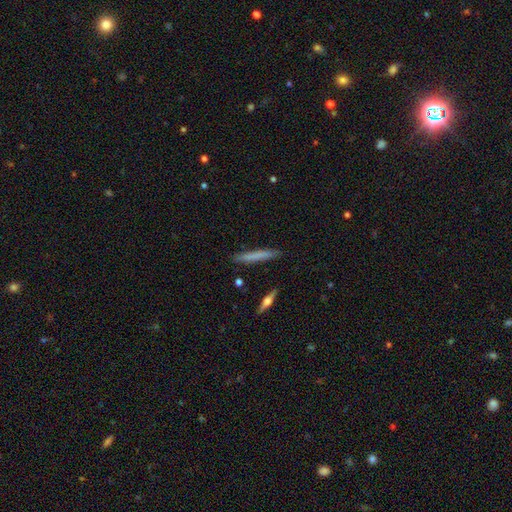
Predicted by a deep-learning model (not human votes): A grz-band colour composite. It shows a smooth galaxy with no disk features (67%) that is cigar-shaped (96%). Merging: none (89%).